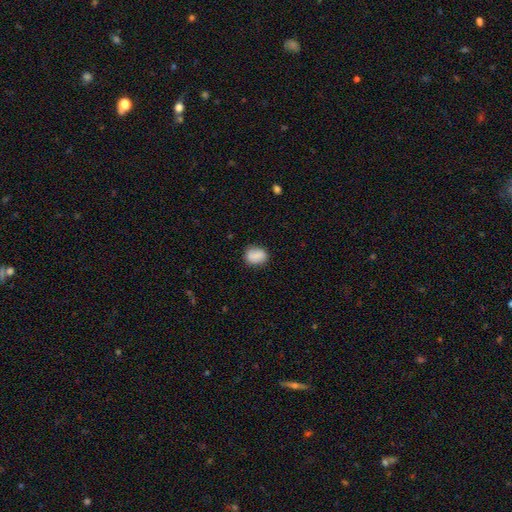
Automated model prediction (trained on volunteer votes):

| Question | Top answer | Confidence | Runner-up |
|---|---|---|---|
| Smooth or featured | smooth | 84% | featured or disk (8%) |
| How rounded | in between | 56% | round (42%) |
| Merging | none | 79% | minor disturbance (15%) |